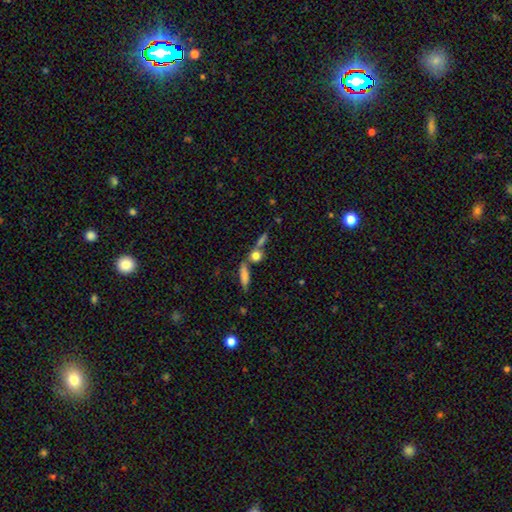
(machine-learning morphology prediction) The model was most divided on "how rounded": round: 50%, in between: 26%, cigar-shaped: 24%. More confident: smooth or featured — smooth (66%); merging — none (55%).